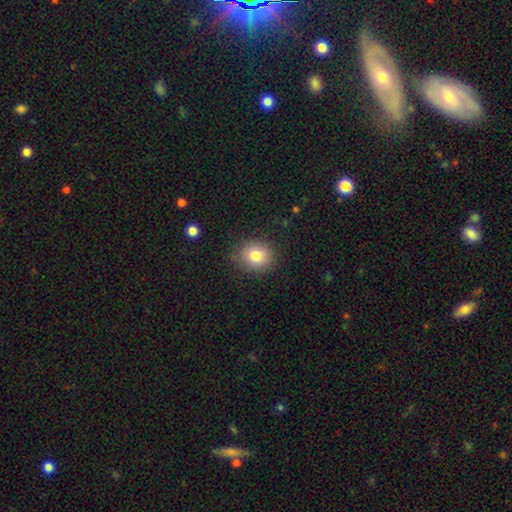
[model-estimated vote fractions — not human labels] Overall: smooth (80%). How rounded: round (79%). Merging: none (83%).